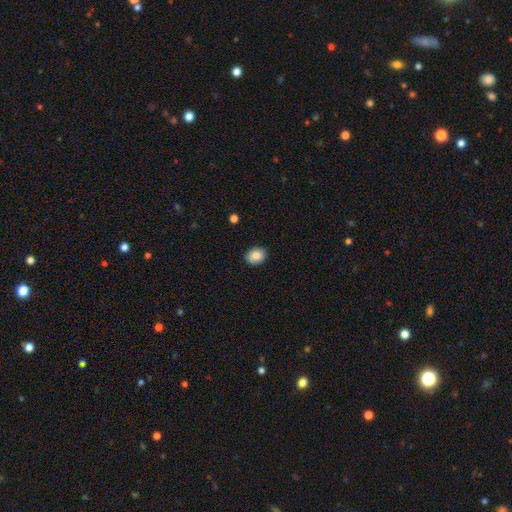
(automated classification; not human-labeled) Morphology: type=smooth (88%); roundness=in between (55%); merging=none (88%).